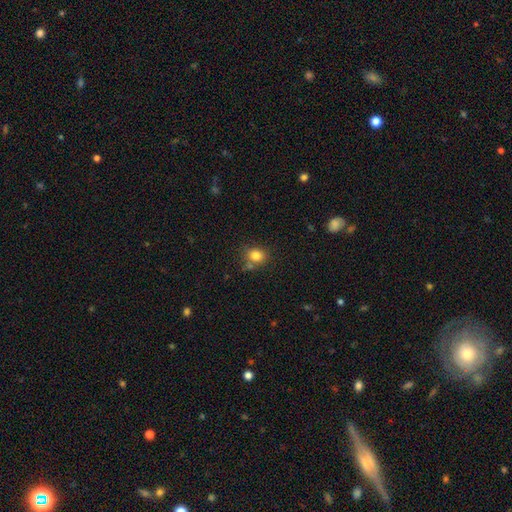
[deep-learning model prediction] The model was most divided on "how rounded": round: 71%, in between: 28%, cigar-shaped: 1%. More confident: smooth or featured — smooth (81%); merging — none (69%).